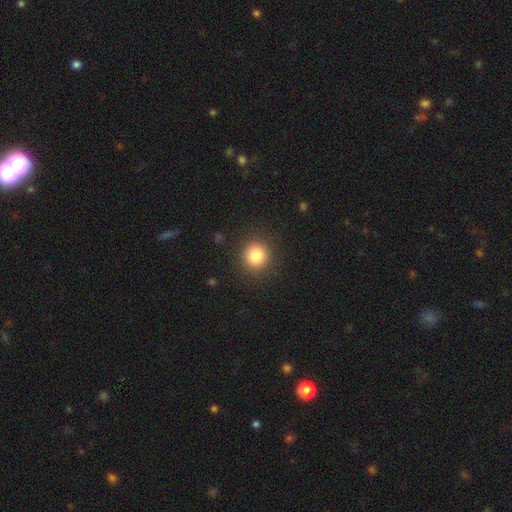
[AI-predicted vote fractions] A smooth galaxy with no disk features (84%) that is round (92%).

Vote fractions:
- Smooth or featured? smooth: 84% / star or artifact: 11% / featured or disk: 6%
- How rounded? round: 92% / in between: 7% / cigar-shaped: 1%
- Merging? none: 90% / minor disturbance: 6% / major disturbance: 3% / merger: 1%